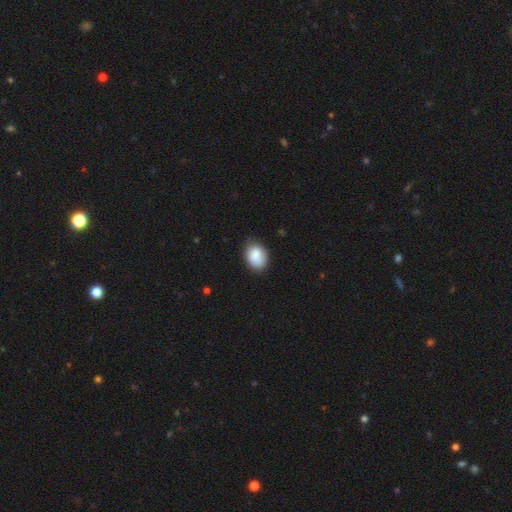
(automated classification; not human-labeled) smooth_or_featured: smooth (p=0.85) [alt: featured or disk p=0.07]
how_rounded: in between (p=0.68) [alt: round p=0.31]
merging: none (p=0.70) [alt: minor disturbance p=0.24]